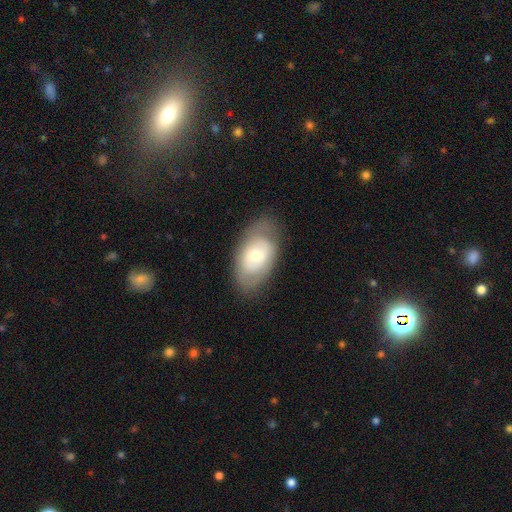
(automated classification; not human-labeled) This is possibly a featured or disk galaxy (55%). It is clearly not viewed edge-on (91%). Merging: likely none (78%).